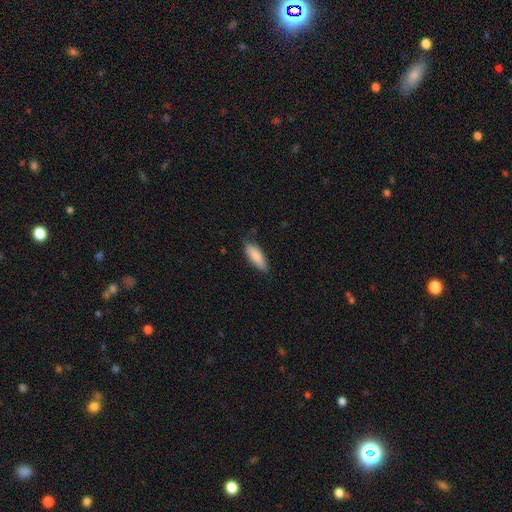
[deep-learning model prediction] Overall: smooth (83%). How rounded: in between (60%; cigar-shaped 38%). Merging: none (73%).